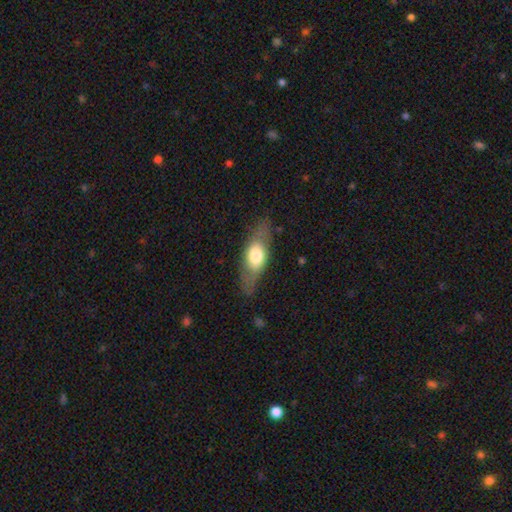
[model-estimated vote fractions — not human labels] A smooth galaxy with no disk features (55%) that is in between round and cigar-shaped (65%).

Vote fractions:
- Smooth or featured? smooth: 55% / featured or disk: 39% / star or artifact: 6%
- How rounded? in between: 65% / cigar-shaped: 29% / round: 6%
- Merging? none: 76% / minor disturbance: 16% / major disturbance: 7% / merger: 1%